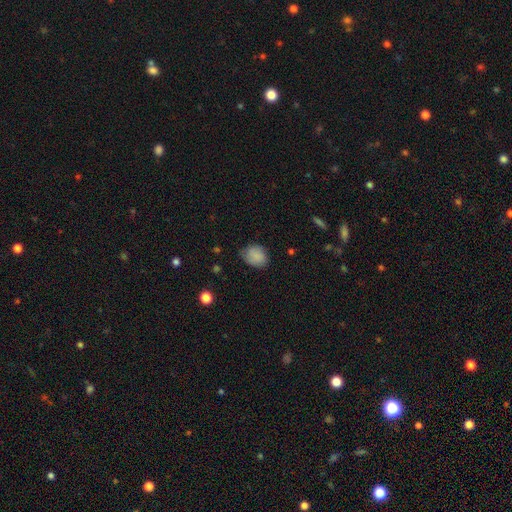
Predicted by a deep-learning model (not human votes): Smooth or featured? smooth (85%)
How rounded? in between (50%)
Merging? none (67%)